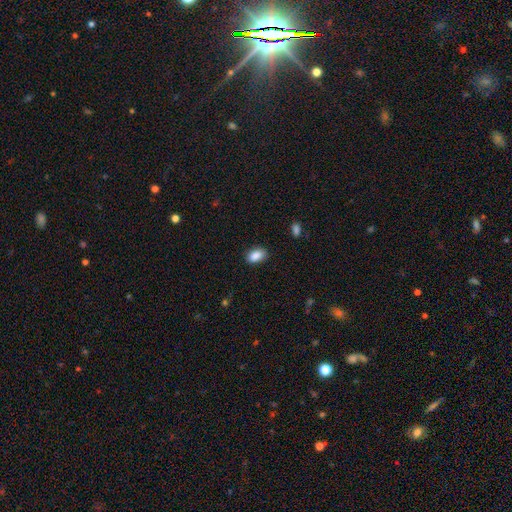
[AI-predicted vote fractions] Morphology: type=smooth (89%); roundness=in between (90%); merging=none (86%).